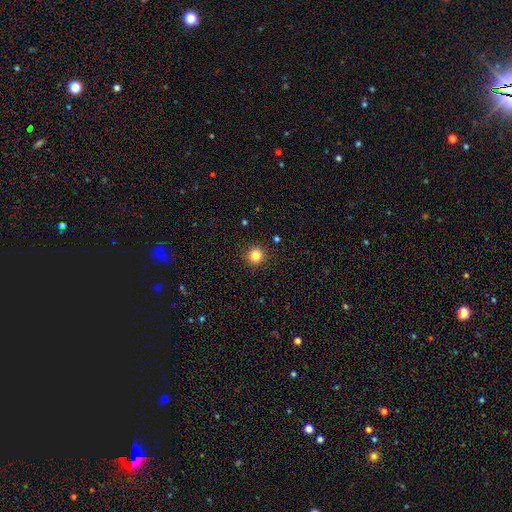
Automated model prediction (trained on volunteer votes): A smooth galaxy with no disk features (83%) that is round (93%).

Vote fractions:
- Smooth or featured? smooth: 83% / star or artifact: 12% / featured or disk: 5%
- How rounded? round: 93% / in between: 6% / cigar-shaped: 1%
- Merging? none: 91% / minor disturbance: 6% / major disturbance: 2% / merger: 1%